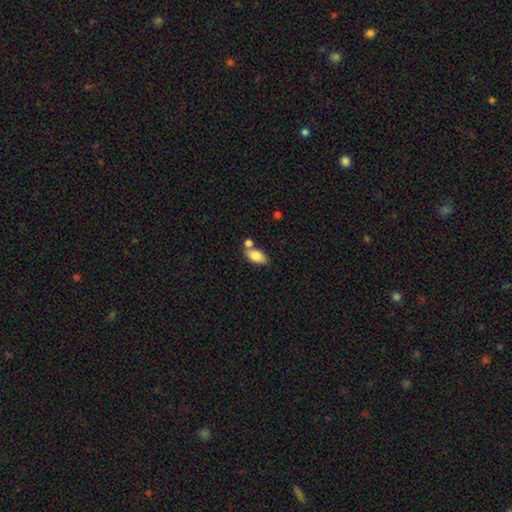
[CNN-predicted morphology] smooth_or_featured: smooth (p=0.80) [alt: featured or disk p=0.13]
how_rounded: in between (p=0.91) [alt: round p=0.05]
merging: none (p=0.54) [alt: merger p=0.27]